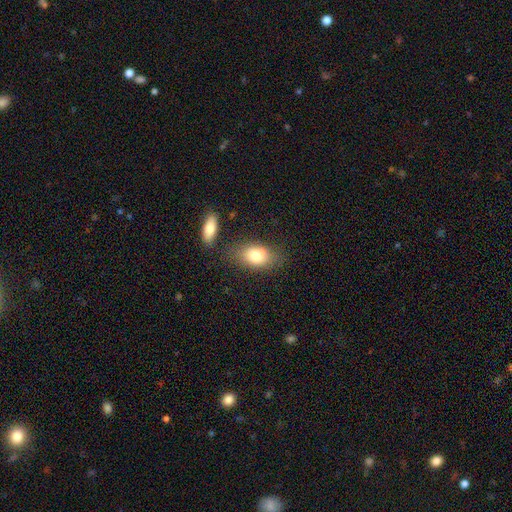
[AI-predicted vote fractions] A smooth galaxy with no disk features (76%) that is in between round and cigar-shaped (82%). Merging: none (59%).